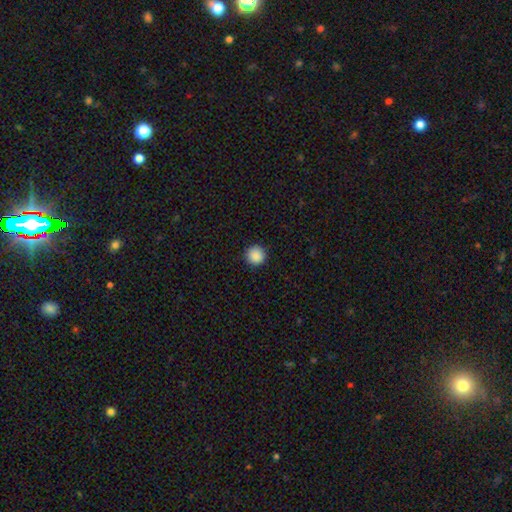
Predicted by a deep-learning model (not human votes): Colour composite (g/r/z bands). It shows a smooth galaxy with no disk features (89%) that is round (96%). Merging: none (92%).